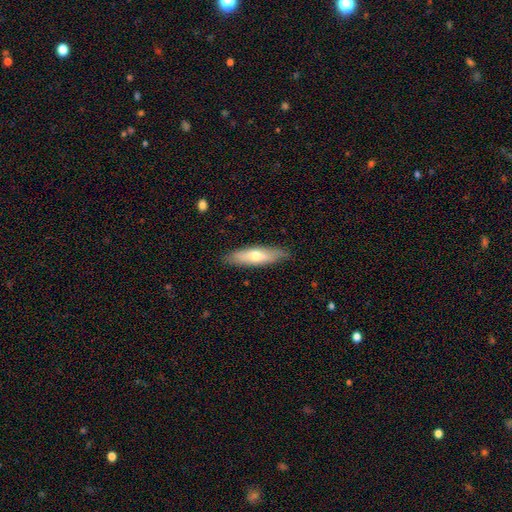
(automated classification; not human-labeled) This appears to be a smooth galaxy with no disk features (58%) that is cigar-shaped (69%). Merging: none (86%).